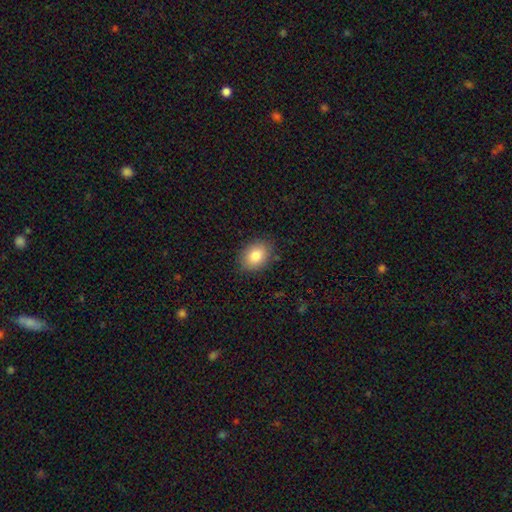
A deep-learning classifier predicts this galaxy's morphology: Q: Smooth or featured?
A: smooth (82%); runner-up: featured or disk (9%)
Q: How rounded?
A: in between (69%); runner-up: round (30%)
Q: Merging?
A: none (85%); runner-up: minor disturbance (11%)